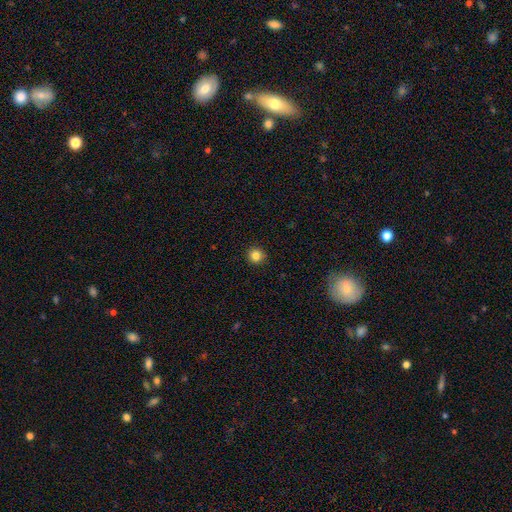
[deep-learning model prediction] smooth 84%, star or artifact 11%, featured or disk 5%. Down the decision tree: how rounded — round (94%); merging — none (92%).